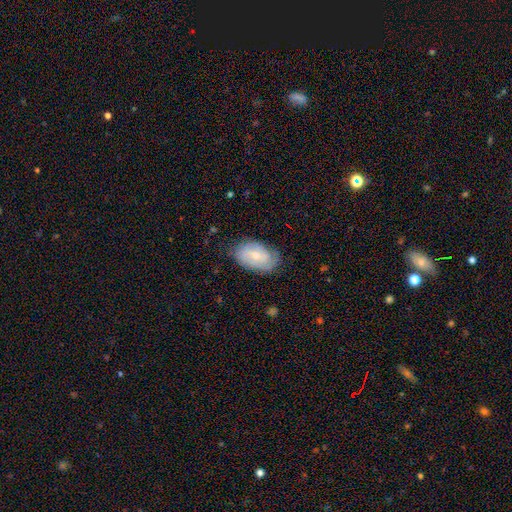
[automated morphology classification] type=featured or disk (56%); edge-on=no (95%); bar=no (51%); spiral arms=yes (85%); bulge=small (57%); merging=none (72%).